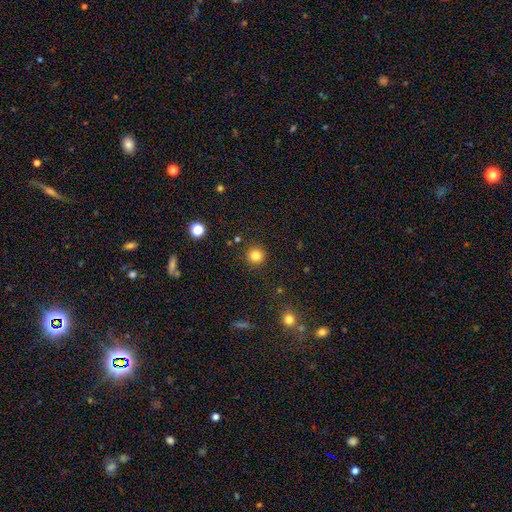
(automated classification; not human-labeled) This appears to be a smooth galaxy with no disk features (82%) that is round (95%). Merging: none (91%).